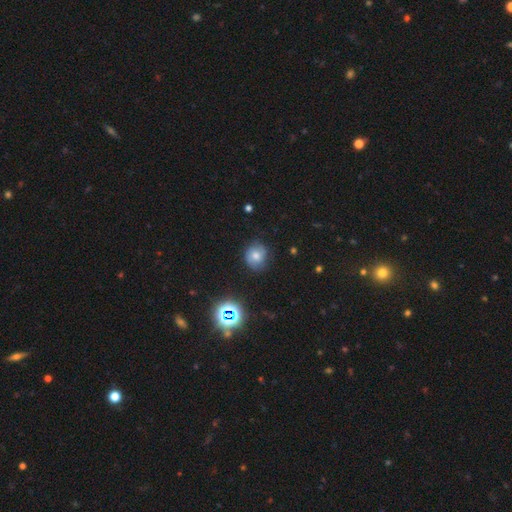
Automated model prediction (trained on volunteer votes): This is likely a smooth galaxy (65%). How rounded: clearly round (81%). Merging: likely none (78%).